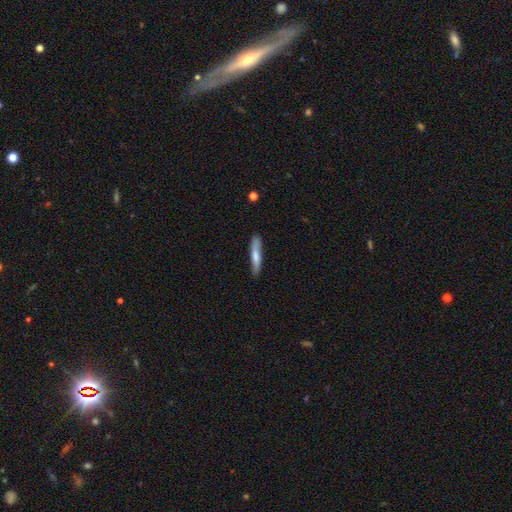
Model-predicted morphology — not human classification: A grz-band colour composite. It shows a smooth galaxy with no disk features (69%) that is cigar-shaped (89%). Merging: none (81%).